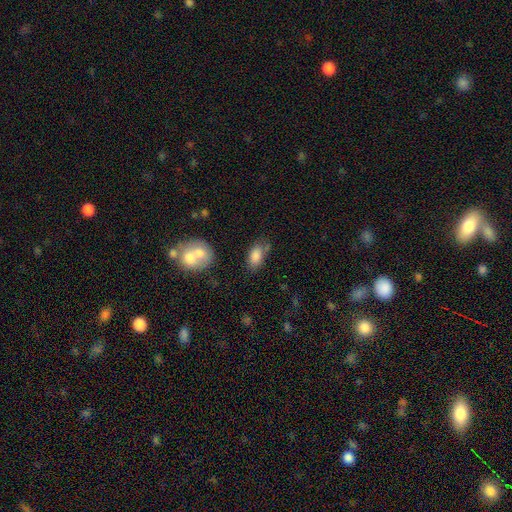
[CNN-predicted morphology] Smooth or featured? smooth (84%)
How rounded? in between (92%)
Merging? none (56%)